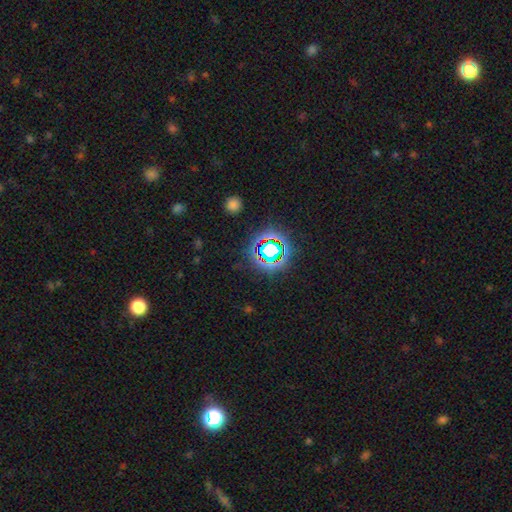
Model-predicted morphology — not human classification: Overall: star or artifact (72%).